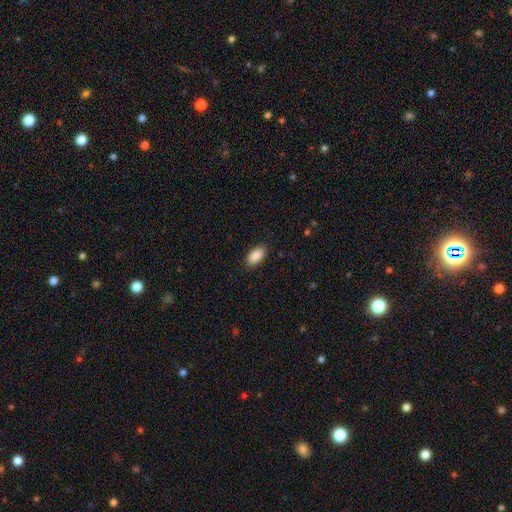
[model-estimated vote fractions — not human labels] Smooth or featured: smooth — 90% (star or artifact — 7%)
How rounded: in between — 93% (cigar-shaped — 4%)
Merging: none — 88% (minor disturbance — 9%)